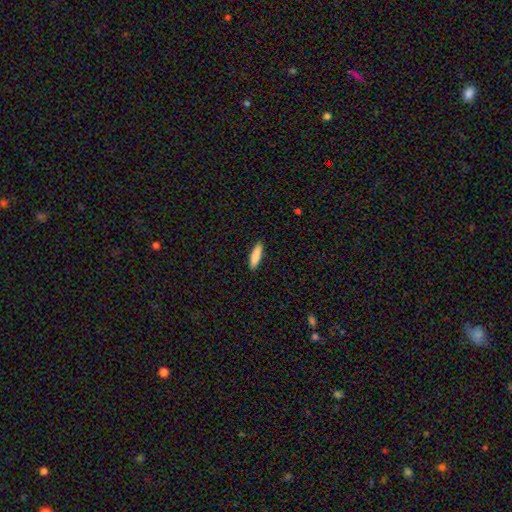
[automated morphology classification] This appears to be a smooth galaxy with no disk features (88%) that is cigar-shaped (64%). Merging: none (90%).